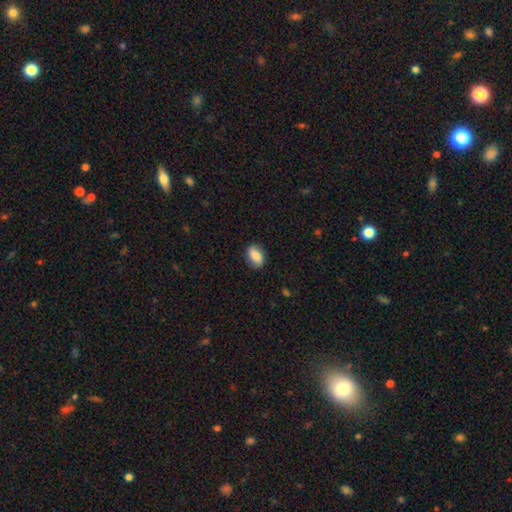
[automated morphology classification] smooth 78%, featured or disk 15%, star or artifact 7%. Down the decision tree: how rounded — in between (83%); merging — none (84%).